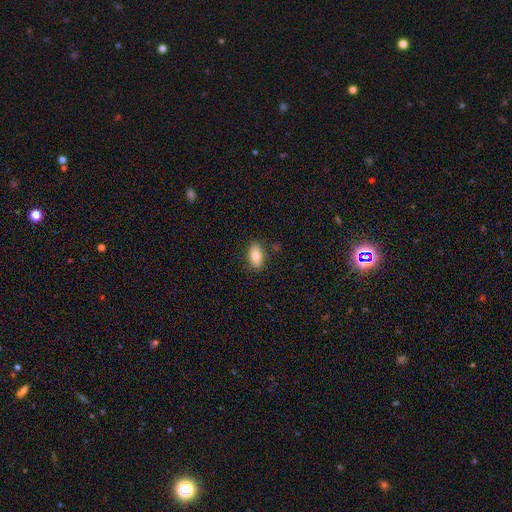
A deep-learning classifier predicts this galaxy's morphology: Q: Smooth or featured?
A: smooth (80%); runner-up: featured or disk (13%)
Q: How rounded?
A: in between (91%); runner-up: round (6%)
Q: Merging?
A: none (86%); runner-up: minor disturbance (10%)